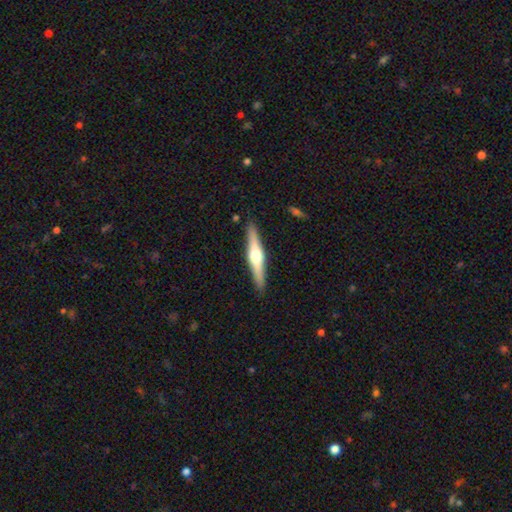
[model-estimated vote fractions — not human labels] A featured or disk galaxy (67%) viewed edge-on (97%) with a rounded central bulge (94%). Merging: none (90%).